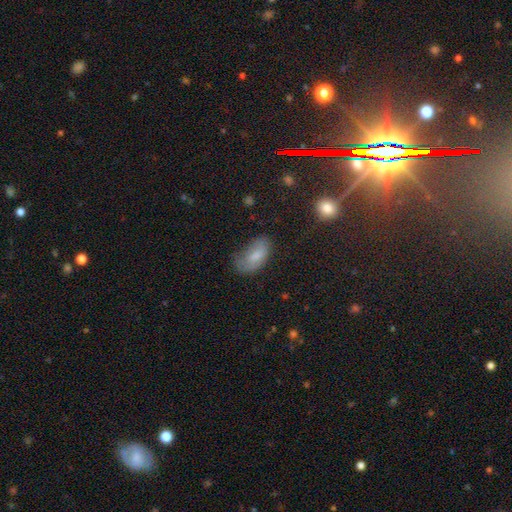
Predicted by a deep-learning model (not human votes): Smooth or featured?
  - smooth: 74% *
  - featured or disk: 18%
  - star or artifact: 9%
How rounded?
  - in between: 91% *
  - cigar-shaped: 5%
  - round: 3%
Merging?
  - none: 53% *
  - minor disturbance: 31%
  - major disturbance: 14%
  - merger: 2%